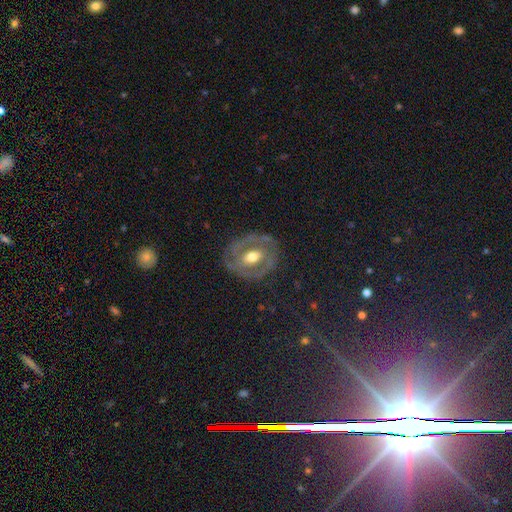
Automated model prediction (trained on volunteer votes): A featured or disk galaxy (70%) with a weak bar (38%), spiral arms (58%) and a moderate central bulge (76%). Merging: none (80%).